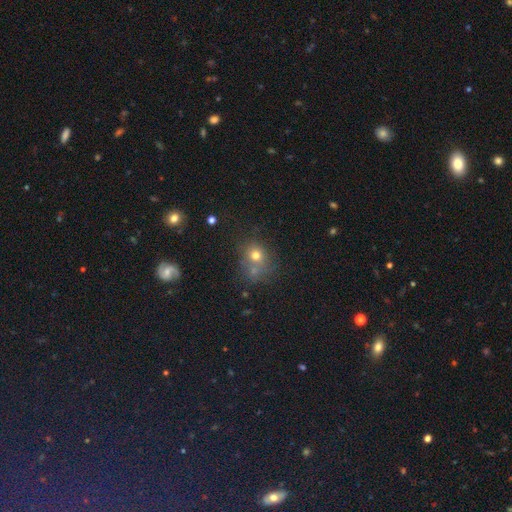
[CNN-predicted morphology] Smooth or featured? smooth (70%)
How rounded? round (73%)
Merging? none (51%)